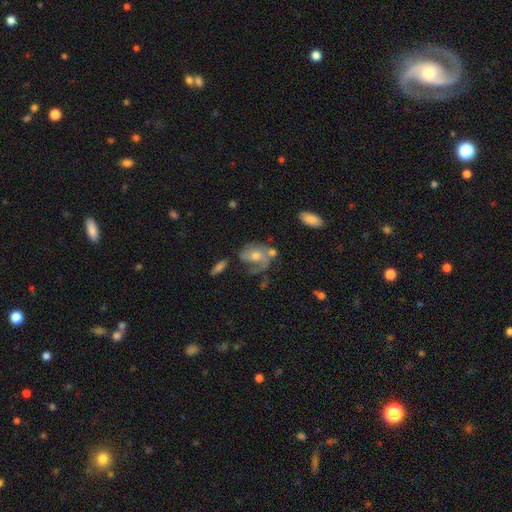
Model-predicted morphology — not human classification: type=featured or disk (68%); edge-on=no (96%); bar=no (68%); spiral arms=yes (80%); winding=medium (41%); arm count=1 (36%); bulge=moderate (63%); merging=none (39%).